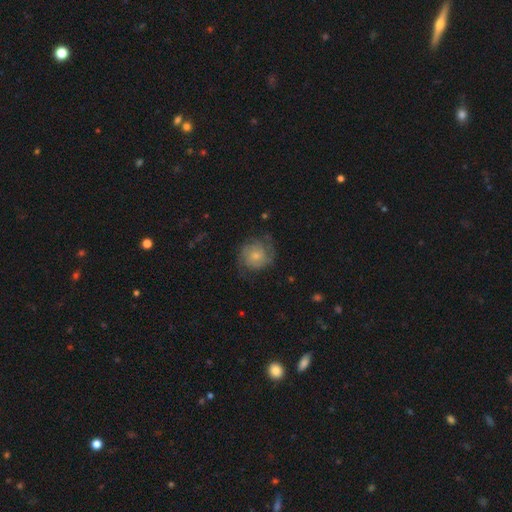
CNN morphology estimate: This is possibly a featured or disk galaxy (51%). It is clearly not viewed edge-on (98%). Merging: likely none (60%).